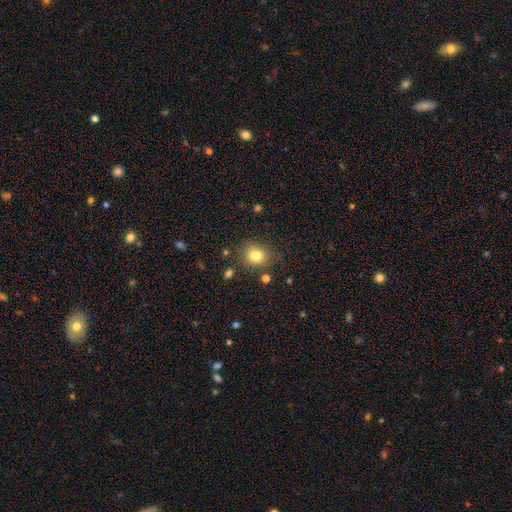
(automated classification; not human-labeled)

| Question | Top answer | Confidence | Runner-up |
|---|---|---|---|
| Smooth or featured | smooth | 80% | star or artifact (12%) |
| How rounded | round | 74% | in between (25%) |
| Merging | none | 80% | minor disturbance (12%) |